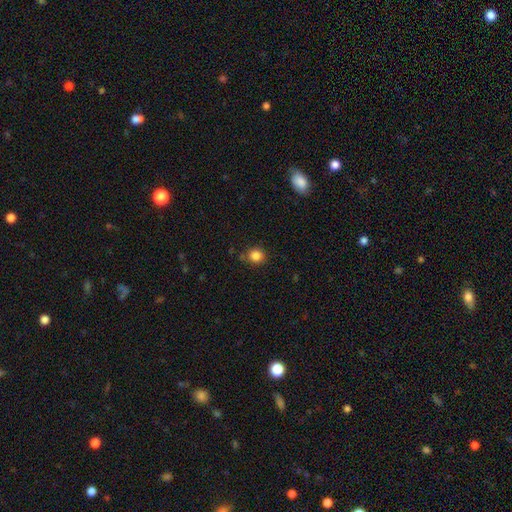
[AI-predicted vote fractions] smooth_or_featured: smooth (p=0.85) [alt: star or artifact p=0.11]
how_rounded: round (p=0.84) [alt: in between p=0.15]
merging: none (p=0.83) [alt: minor disturbance p=0.11]